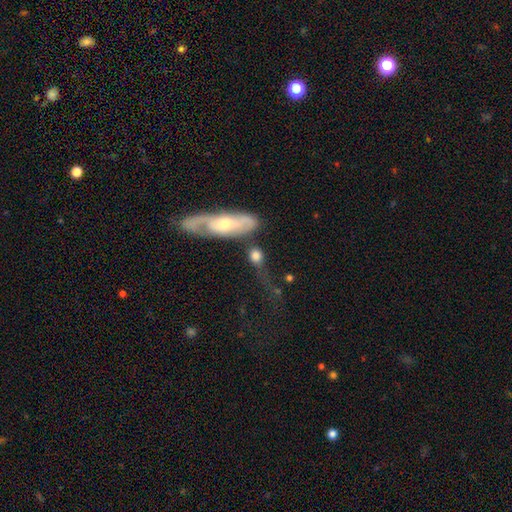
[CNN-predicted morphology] Q: Smooth or featured?
A: smooth (72%); runner-up: featured or disk (20%)
Q: How rounded?
A: round (46%); runner-up: in between (44%)
Q: Merging?
A: none (39%); runner-up: merger (24%)